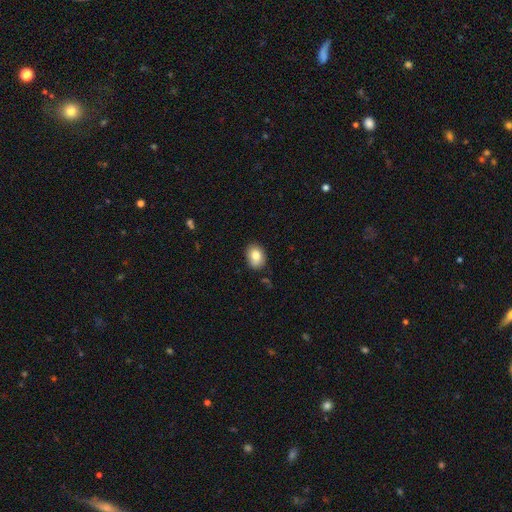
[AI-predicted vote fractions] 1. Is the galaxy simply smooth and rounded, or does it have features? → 82% smooth, 10% featured or disk, 8% star or artifact.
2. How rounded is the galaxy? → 69% in between, 30% round, 1% cigar-shaped.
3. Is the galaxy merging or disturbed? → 83% none, 13% minor disturbance, 2% major disturbance, 2% merger.